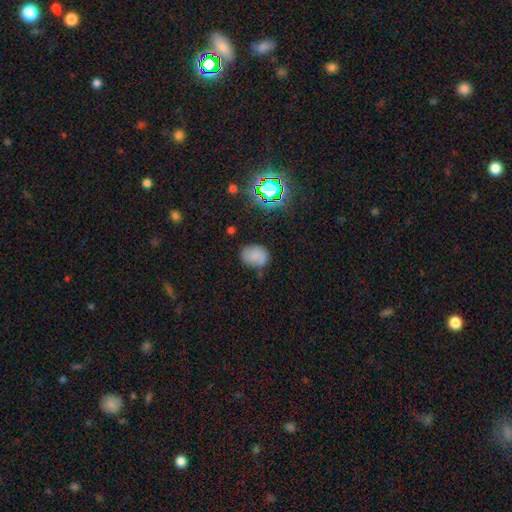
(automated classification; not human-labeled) Smooth or featured?
  - smooth: 72% *
  - star or artifact: 14%
  - featured or disk: 14%
How rounded?
  - in between: 60% *
  - round: 39%
  - cigar-shaped: 1%
Merging?
  - none: 66% *
  - minor disturbance: 24%
  - major disturbance: 7%
  - merger: 4%